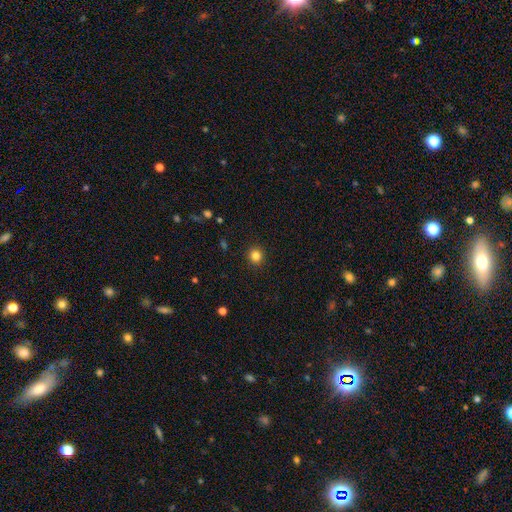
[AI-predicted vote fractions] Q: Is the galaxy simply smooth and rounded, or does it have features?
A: smooth — 83%.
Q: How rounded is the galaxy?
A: round — 92%.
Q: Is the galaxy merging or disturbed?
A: none — 92%.